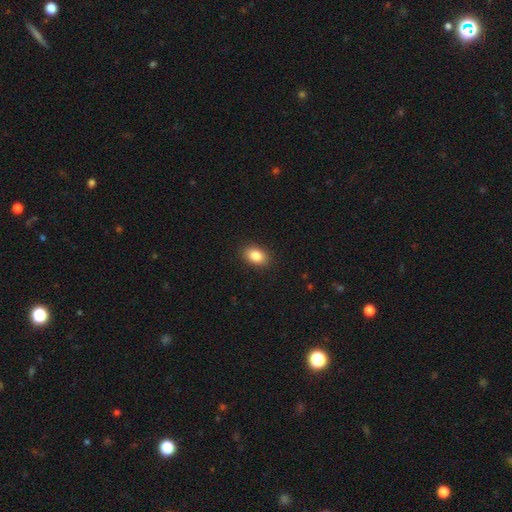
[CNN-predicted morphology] The model was most divided on "how rounded": in between: 80%, round: 18%, cigar-shaped: 1%. More confident: merging — none (89%); smooth or featured — smooth (86%).